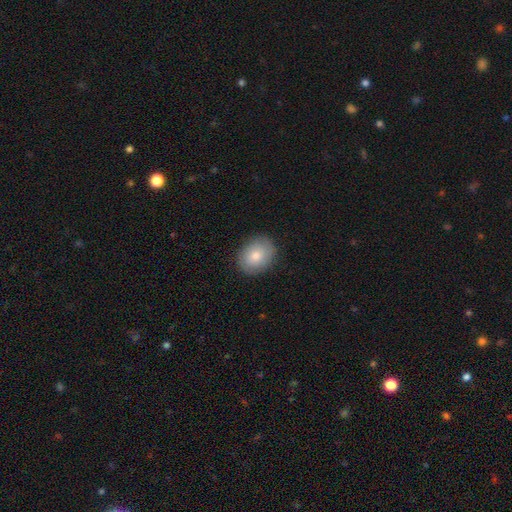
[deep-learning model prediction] smooth-or-featured: smooth: 80% | featured or disk: 13% | star or artifact: 7%
  how-rounded: in between: 59% | round: 40% | cigar-shaped: 1%
  merging: none: 88% | minor disturbance: 9% | major disturbance: 2% | merger: 1%